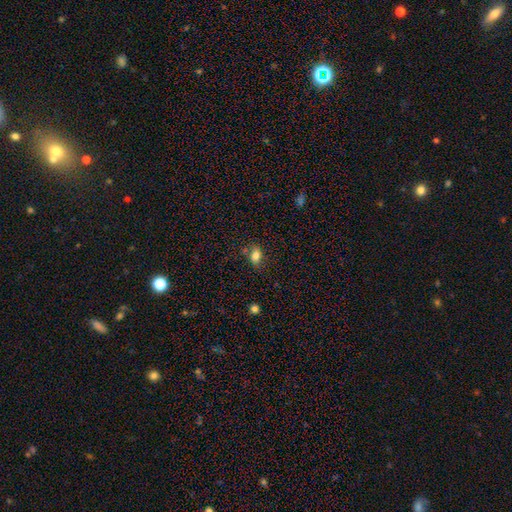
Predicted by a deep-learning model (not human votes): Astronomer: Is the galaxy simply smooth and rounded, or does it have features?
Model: smooth — 80%.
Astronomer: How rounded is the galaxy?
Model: in between — 76%.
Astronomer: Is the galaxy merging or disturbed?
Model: none — 70%.